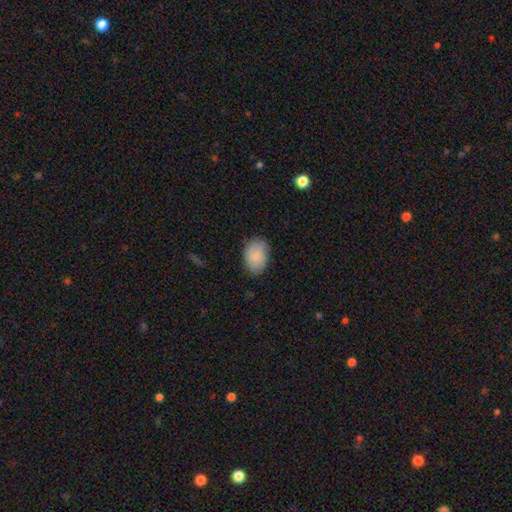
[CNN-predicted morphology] This appears to be a smooth galaxy with no disk features (87%) that is in between round and cigar-shaped (83%). Merging: none (78%).